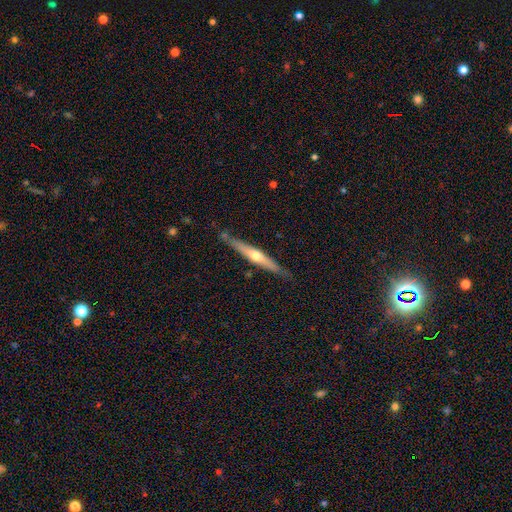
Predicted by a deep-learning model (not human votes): featured or disk 63%, smooth 31%, star or artifact 5%. Down the decision tree: edge-on disk — yes (95%); edge-on bulge — rounded (83%); merging — none (83%).